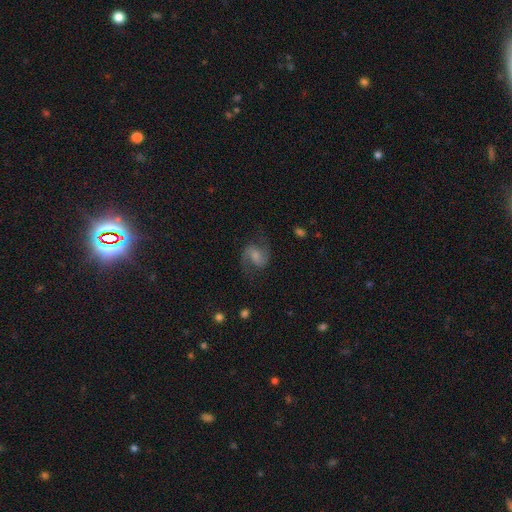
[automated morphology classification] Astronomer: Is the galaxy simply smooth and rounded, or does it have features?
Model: featured or disk — 80%.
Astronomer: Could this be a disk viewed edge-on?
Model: no — 98%.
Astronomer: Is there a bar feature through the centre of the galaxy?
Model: weak — 47% (runner-up: no, 42%).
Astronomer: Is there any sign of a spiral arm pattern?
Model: yes — 96%.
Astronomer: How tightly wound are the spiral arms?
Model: medium — 52% (runner-up: loose, 38%).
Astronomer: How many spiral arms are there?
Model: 2 — 93%.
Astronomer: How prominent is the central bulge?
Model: moderate — 37% (runner-up: small, 30%).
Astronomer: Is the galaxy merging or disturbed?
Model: none — 73%.